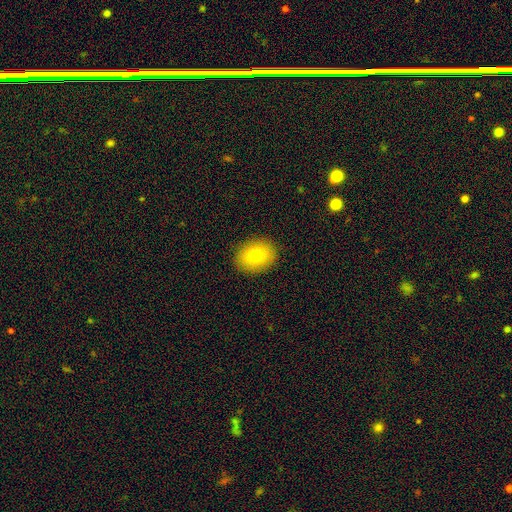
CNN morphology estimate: A smooth galaxy with no disk features (77%) that is in between round and cigar-shaped (51%). Merging: none (90%).